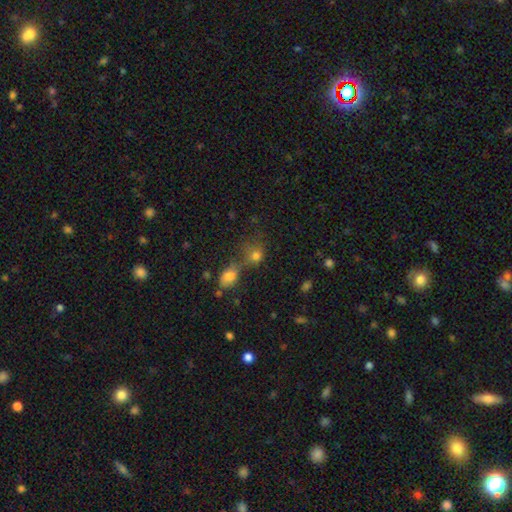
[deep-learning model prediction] Q: Smooth or featured?
A: smooth (77%); runner-up: star or artifact (13%)
Q: How rounded?
A: round (66%); runner-up: in between (32%)
Q: Merging?
A: merger (40%); runner-up: none (39%)